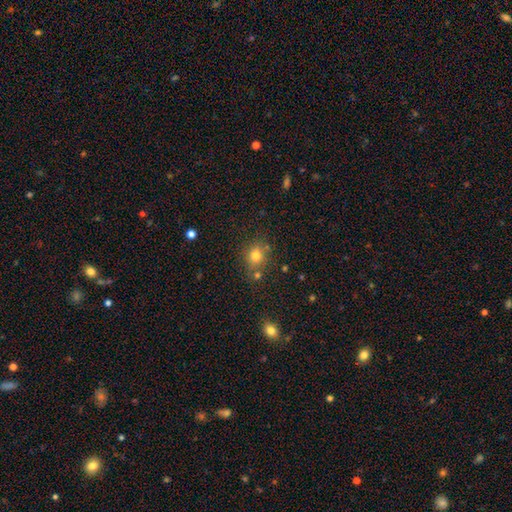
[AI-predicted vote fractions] Smooth or featured?
  - smooth: 76% *
  - star or artifact: 15%
  - featured or disk: 9%
How rounded?
  - round: 73% *
  - in between: 26%
  - cigar-shaped: 1%
Merging?
  - none: 71% *
  - minor disturbance: 13%
  - merger: 12%
  - major disturbance: 4%